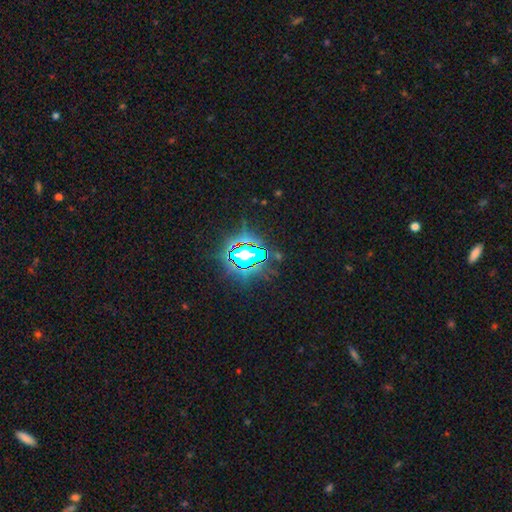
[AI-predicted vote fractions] The model was most divided on "smooth or featured": star or artifact: 83%, smooth: 10%, featured or disk: 7%.